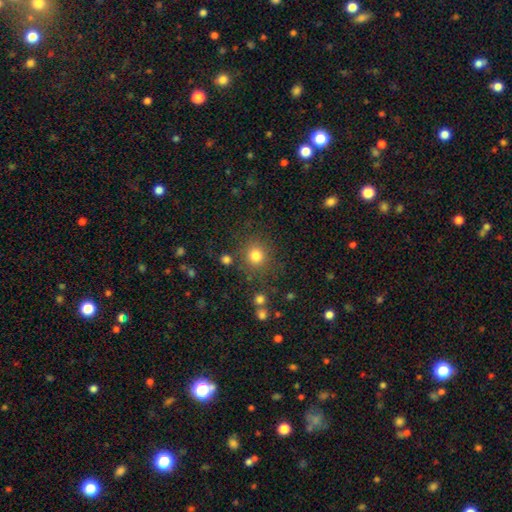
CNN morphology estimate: Q: Smooth or featured?
A: smooth (81%); runner-up: star or artifact (13%)
Q: How rounded?
A: round (91%); runner-up: in between (8%)
Q: Merging?
A: none (83%); runner-up: minor disturbance (9%)